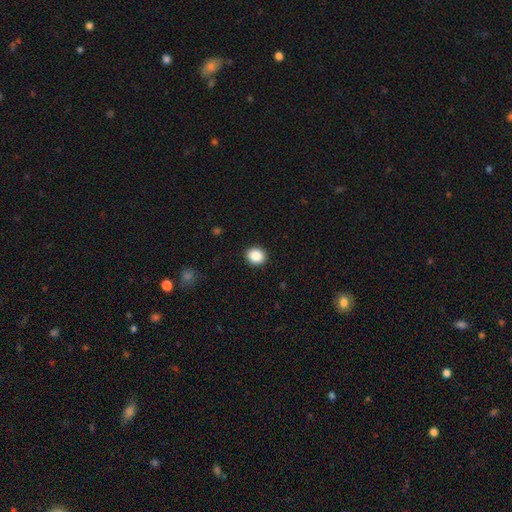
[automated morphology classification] A smooth galaxy with no disk features (88%) that is round (74%). Merging: none (92%).